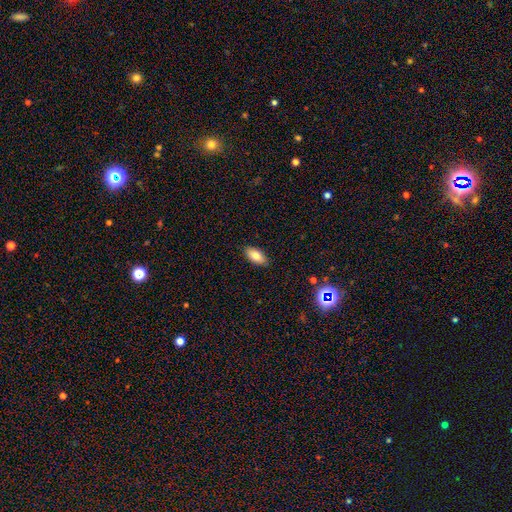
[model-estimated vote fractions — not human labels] Q: Smooth or featured?
A: smooth (81%); runner-up: featured or disk (12%)
Q: How rounded?
A: in between (92%); runner-up: cigar-shaped (5%)
Q: Merging?
A: none (88%); runner-up: minor disturbance (9%)